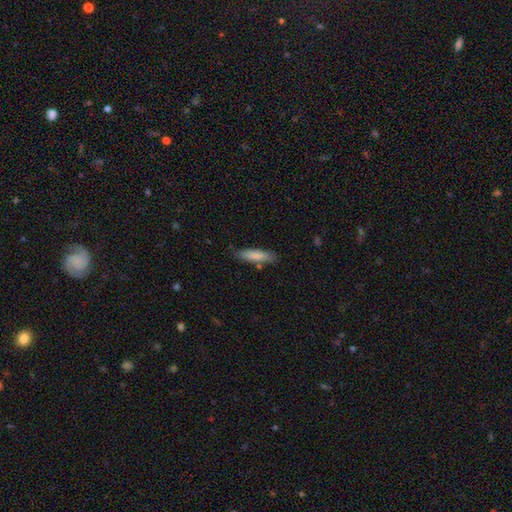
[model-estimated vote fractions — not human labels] smooth-or-featured: smooth: 83% | featured or disk: 12% | star or artifact: 6%
  how-rounded: cigar-shaped: 72% | in between: 27% | round: 1%
  merging: none: 77% | minor disturbance: 17% | merger: 4% | major disturbance: 3%